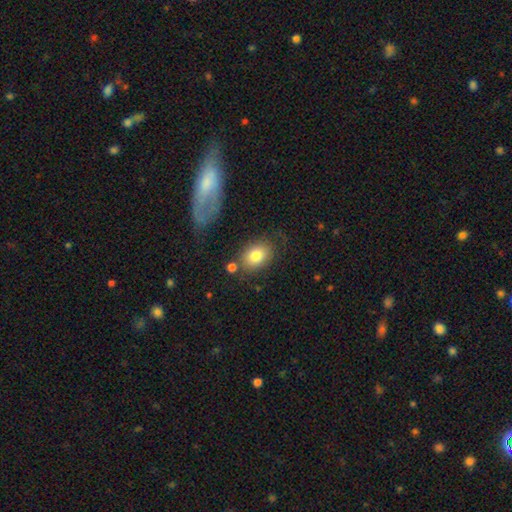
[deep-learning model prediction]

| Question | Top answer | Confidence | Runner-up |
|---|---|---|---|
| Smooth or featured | smooth | 80% | featured or disk (12%) |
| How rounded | in between | 75% | round (23%) |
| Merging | none | 69% | minor disturbance (16%) |